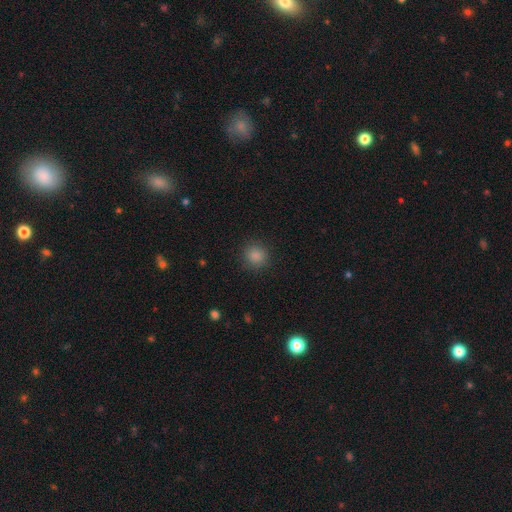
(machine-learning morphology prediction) A smooth galaxy with no disk features (86%) that is round (92%).

Vote fractions:
- Smooth or featured? smooth: 86% / star or artifact: 11% / featured or disk: 3%
- How rounded? round: 92% / in between: 7% / cigar-shaped: 1%
- Merging? none: 89% / minor disturbance: 7% / major disturbance: 3% / merger: 1%